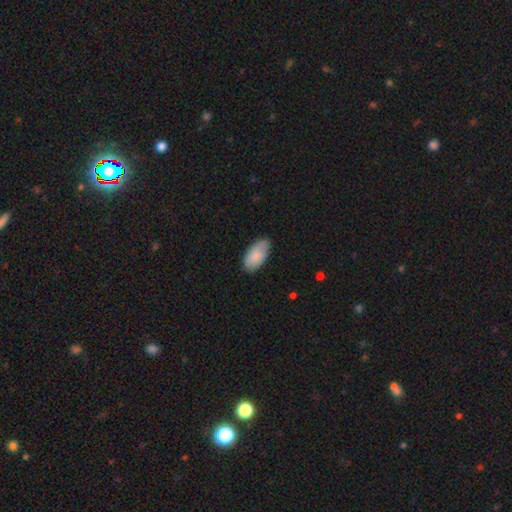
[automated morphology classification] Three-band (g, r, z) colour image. It shows a smooth galaxy with no disk features (86%) that is in between round and cigar-shaped (94%). Merging: none (75%).